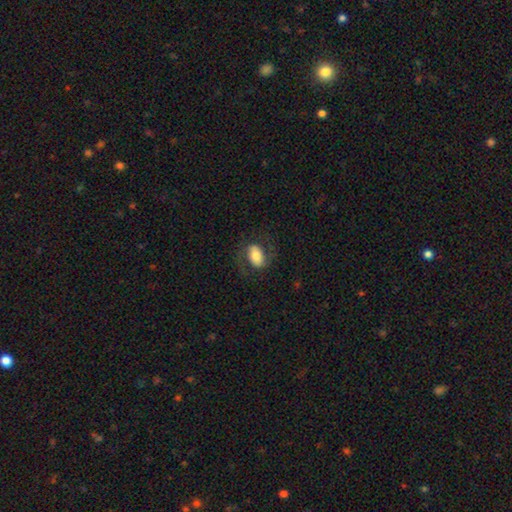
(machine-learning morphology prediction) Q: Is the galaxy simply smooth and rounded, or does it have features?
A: smooth — 58%.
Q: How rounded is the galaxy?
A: in between — 87%.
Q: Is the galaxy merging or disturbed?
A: none — 69%.